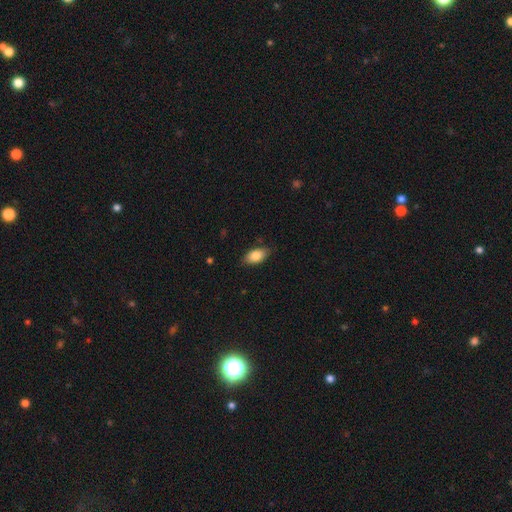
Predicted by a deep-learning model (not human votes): Overall: smooth (83%). How rounded: in between (91%). Merging: none (83%).